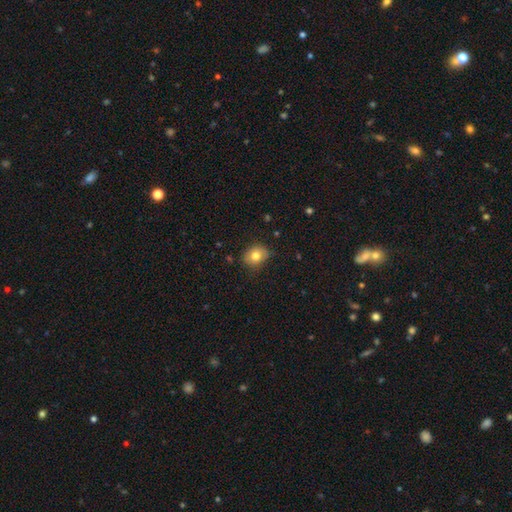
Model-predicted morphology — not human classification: This is likely a smooth galaxy (78%). How rounded: possibly round (50%). Merging: likely none (79%).